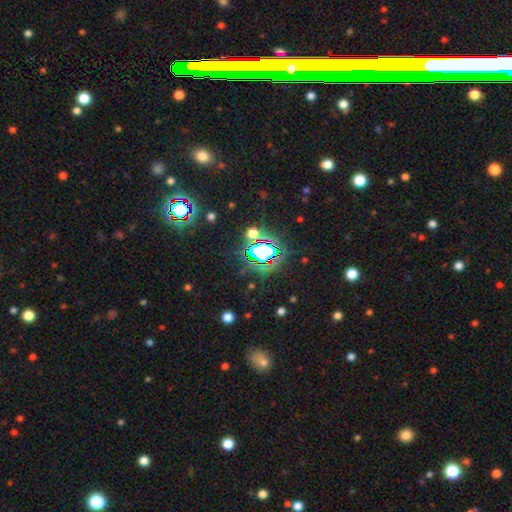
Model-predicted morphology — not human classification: Q: Smooth or featured?
A: star or artifact (68%); runner-up: smooth (22%)